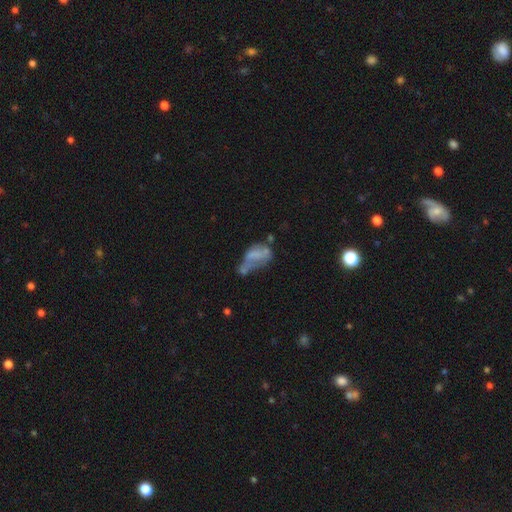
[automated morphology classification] Smooth or featured? Predicted: smooth (p=0.44). Merging? Predicted: merger (p=0.32).